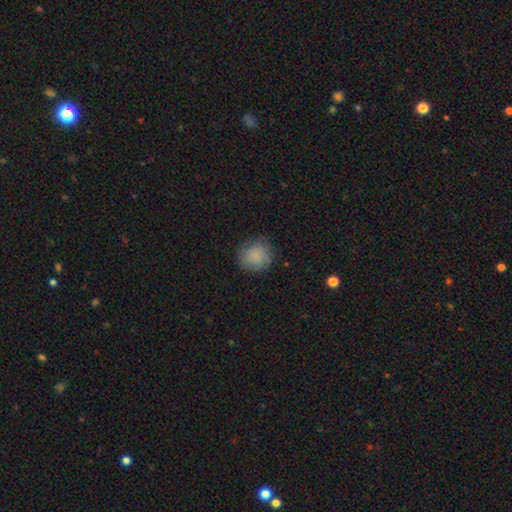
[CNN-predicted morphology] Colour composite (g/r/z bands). It shows a smooth galaxy with no disk features (78%) that is round (86%). Merging: none (74%).